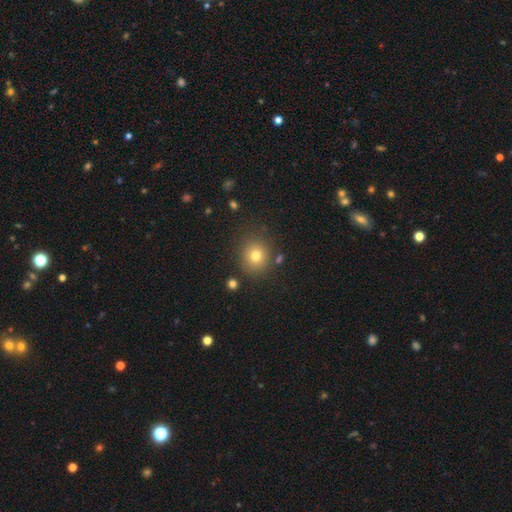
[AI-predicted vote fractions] This is likely a smooth galaxy (76%). How rounded: clearly round (86%). Merging: clearly none (84%).